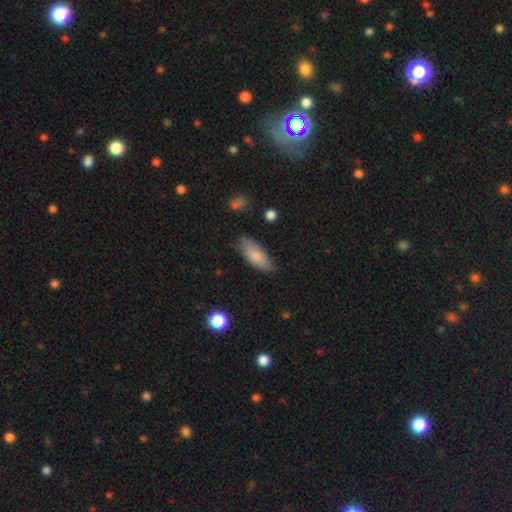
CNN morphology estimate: type=smooth (80%); roundness=in between (80%); merging=none (75%).